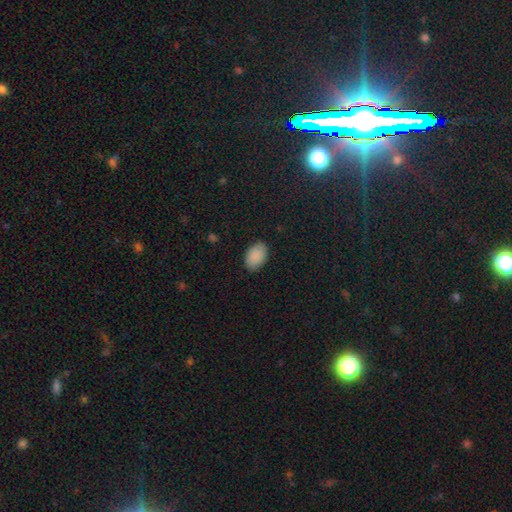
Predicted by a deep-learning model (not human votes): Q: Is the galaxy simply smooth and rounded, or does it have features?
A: smooth — 90%.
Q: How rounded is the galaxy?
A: in between — 90%.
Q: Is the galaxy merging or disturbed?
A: none — 86%.